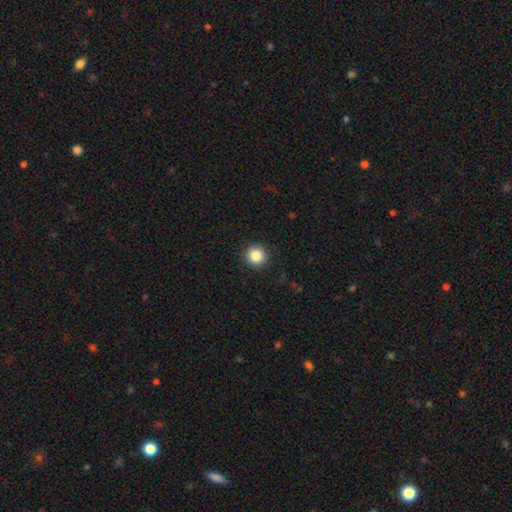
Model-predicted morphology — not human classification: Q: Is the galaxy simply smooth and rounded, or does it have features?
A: smooth — 85%.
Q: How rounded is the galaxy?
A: round — 94%.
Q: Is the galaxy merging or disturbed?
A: none — 92%.